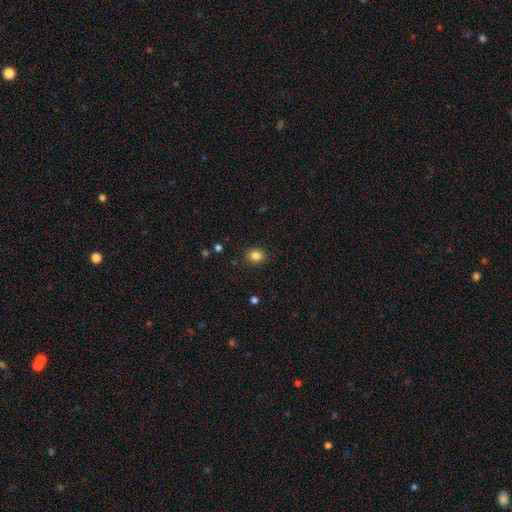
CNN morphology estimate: smooth-or-featured: smooth: 84% | star or artifact: 11% | featured or disk: 5%
  how-rounded: round: 63% | in between: 36% | cigar-shaped: 1%
  merging: none: 88% | minor disturbance: 9% | major disturbance: 3% | merger: 1%